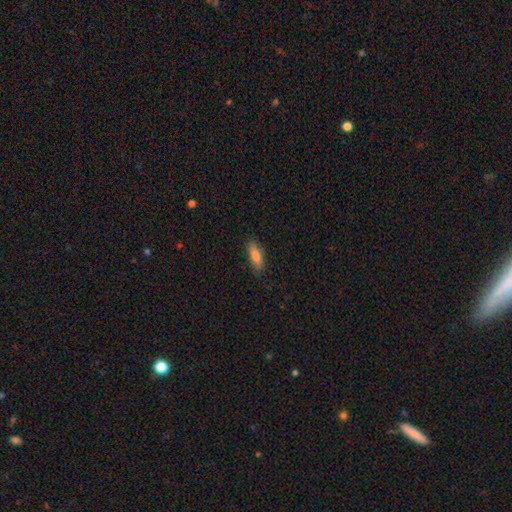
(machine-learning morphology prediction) smooth_or_featured: smooth (p=0.76) [alt: featured or disk p=0.17]
how_rounded: in between (p=0.52) [alt: cigar-shaped p=0.45]
merging: none (p=0.84) [alt: minor disturbance p=0.12]